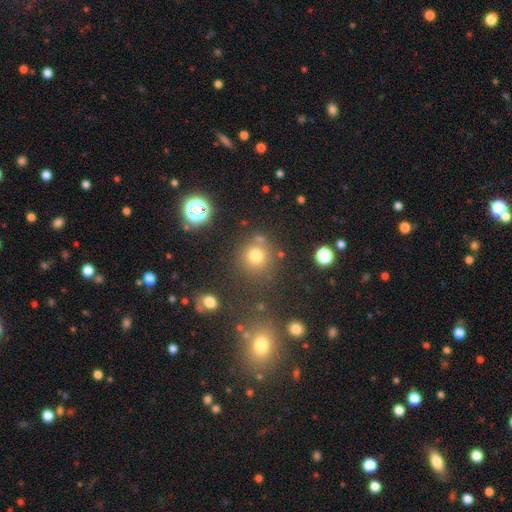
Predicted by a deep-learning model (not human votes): Smooth or featured: smooth — 72% (star or artifact — 20%)
How rounded: round — 92% (in between — 7%)
Merging: none — 77% (minor disturbance — 10%)